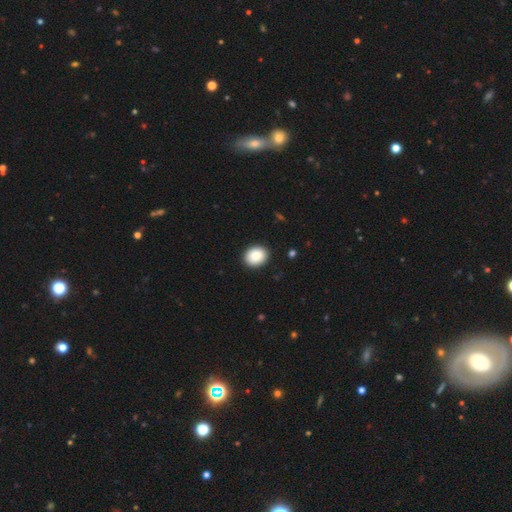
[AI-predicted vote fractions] Q: Smooth or featured?
A: smooth (89%); runner-up: star or artifact (7%)
Q: How rounded?
A: round (53%); runner-up: in between (46%)
Q: Merging?
A: none (91%); runner-up: minor disturbance (7%)